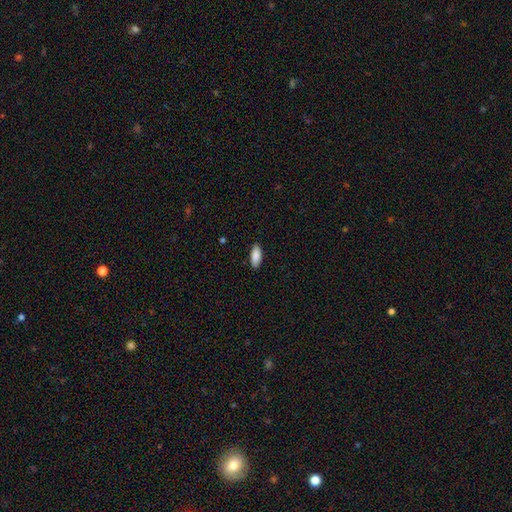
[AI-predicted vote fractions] The model was most divided on "how rounded": in between: 77%, cigar-shaped: 22%, round: 2%. More confident: merging — none (88%); smooth or featured — smooth (88%).